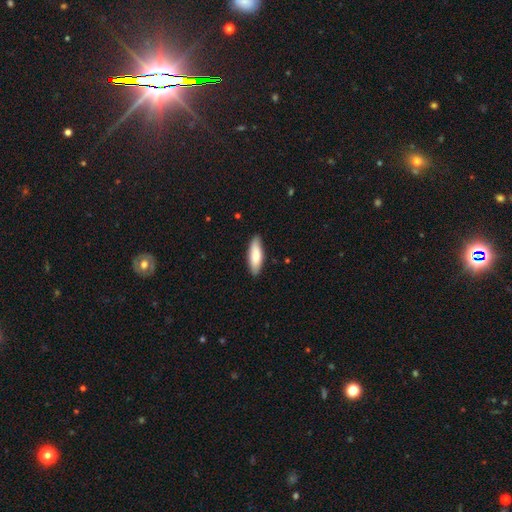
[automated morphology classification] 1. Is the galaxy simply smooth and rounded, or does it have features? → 79% smooth, 16% featured or disk, 5% star or artifact.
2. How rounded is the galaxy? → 55% in between, 44% cigar-shaped, 2% round.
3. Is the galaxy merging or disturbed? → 86% none, 11% minor disturbance, 2% major disturbance, 1% merger.